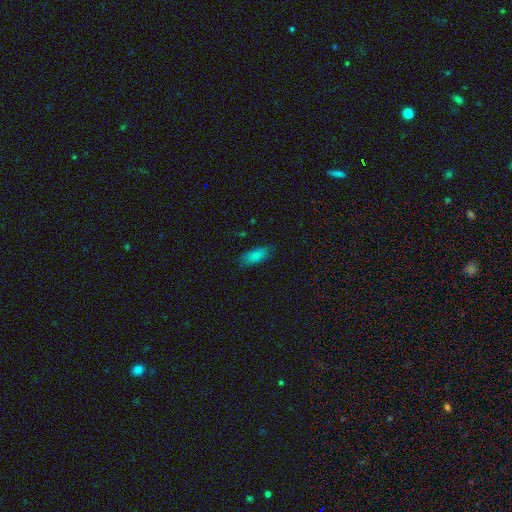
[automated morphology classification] Q: Smooth or featured?
A: smooth (85%); runner-up: featured or disk (8%)
Q: How rounded?
A: in between (80%); runner-up: cigar-shaped (18%)
Q: Merging?
A: none (77%); runner-up: minor disturbance (18%)